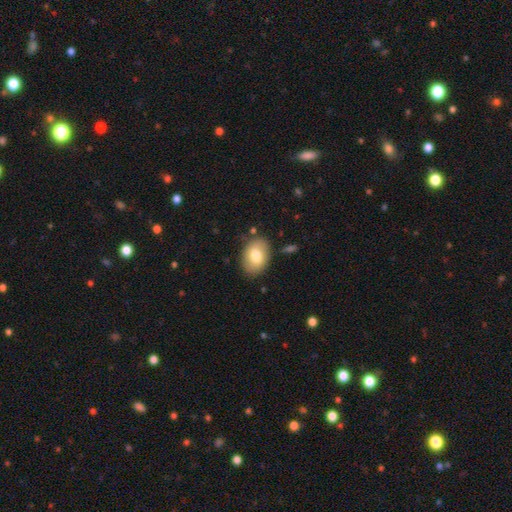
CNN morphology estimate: Q: Smooth or featured?
A: smooth (75%); runner-up: featured or disk (18%)
Q: How rounded?
A: in between (80%); runner-up: round (19%)
Q: Merging?
A: none (81%); runner-up: minor disturbance (13%)